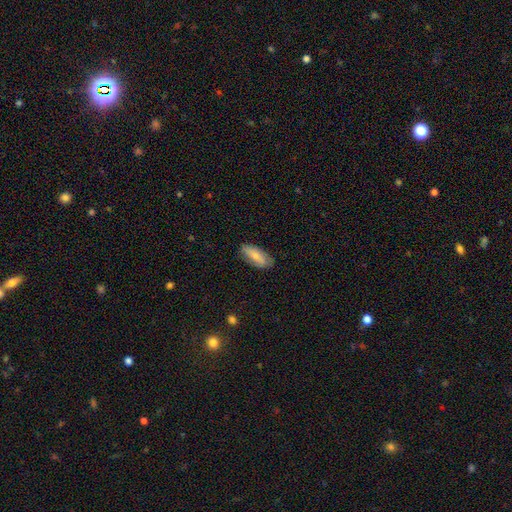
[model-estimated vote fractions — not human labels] Smooth or featured? smooth (74%)
How rounded? in between (79%)
Merging? none (78%)